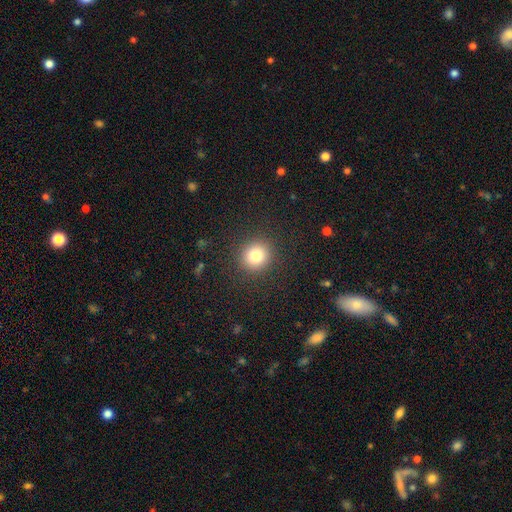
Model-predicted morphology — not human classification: A smooth galaxy with no disk features (80%) that is round (90%).

Vote fractions:
- Smooth or featured? smooth: 80% / star or artifact: 12% / featured or disk: 8%
- How rounded? round: 90% / in between: 10% / cigar-shaped: 1%
- Merging? none: 90% / minor disturbance: 6% / major disturbance: 3% / merger: 1%